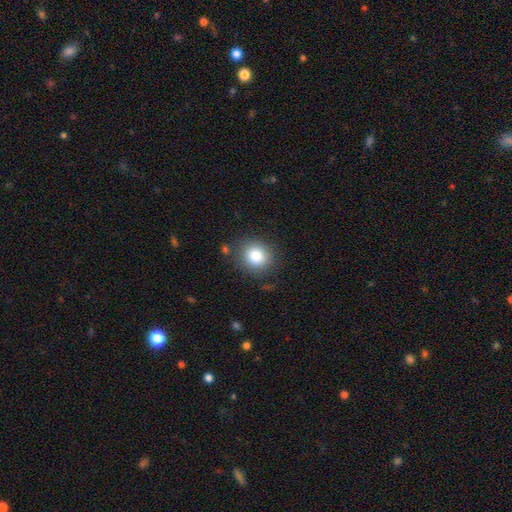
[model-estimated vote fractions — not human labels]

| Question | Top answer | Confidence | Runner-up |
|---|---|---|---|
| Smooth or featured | smooth | 83% | star or artifact (10%) |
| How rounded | round | 80% | in between (19%) |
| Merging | none | 82% | minor disturbance (11%) |